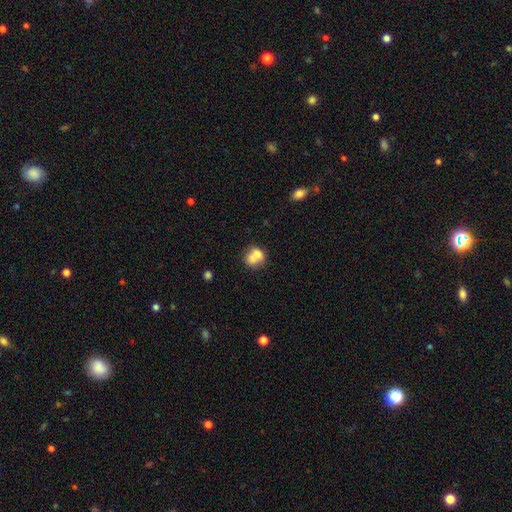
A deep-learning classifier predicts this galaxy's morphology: smooth-or-featured: smooth: 69% | featured or disk: 22% | star or artifact: 9%
  how-rounded: round: 65% | in between: 34% | cigar-shaped: 1%
  merging: merger: 60% | none: 28% | minor disturbance: 8% | major disturbance: 4%